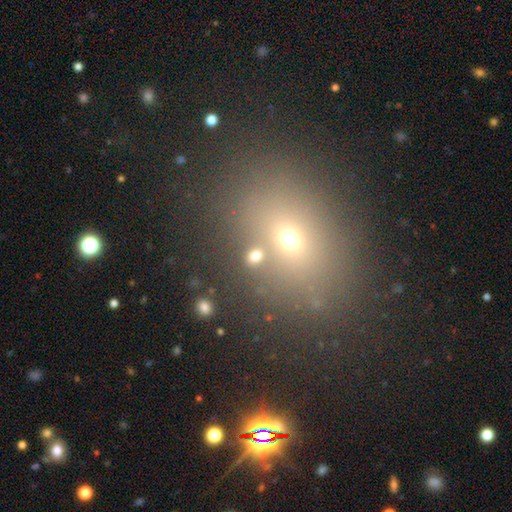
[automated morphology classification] Q: Smooth or featured?
A: smooth (71%); runner-up: star or artifact (20%)
Q: How rounded?
A: in between (50%); runner-up: round (47%)
Q: Merging?
A: none (72%); runner-up: merger (15%)